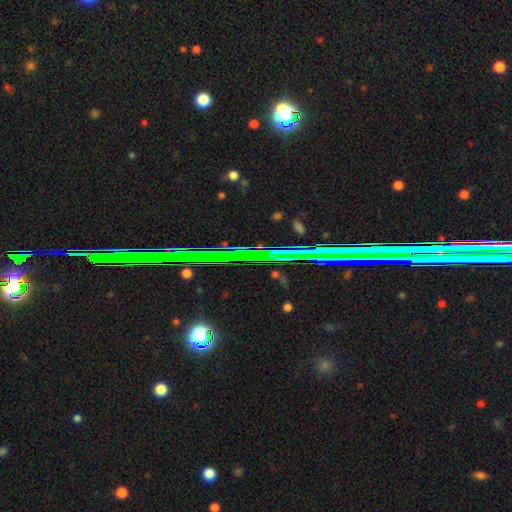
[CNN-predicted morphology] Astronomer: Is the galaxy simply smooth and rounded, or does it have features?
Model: star or artifact — 73%.